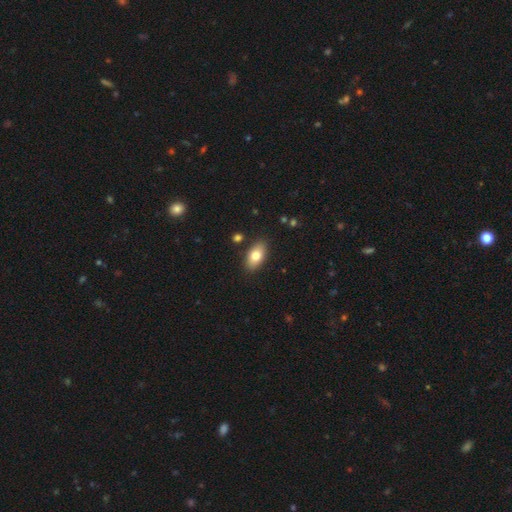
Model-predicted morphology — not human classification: A smooth galaxy with no disk features (79%) that is in between round and cigar-shaped (91%).

Vote fractions:
- Smooth or featured? smooth: 79% / featured or disk: 14% / star or artifact: 7%
- How rounded? in between: 91% / round: 5% / cigar-shaped: 3%
- Merging? none: 86% / minor disturbance: 9% / merger: 2% / major disturbance: 2%